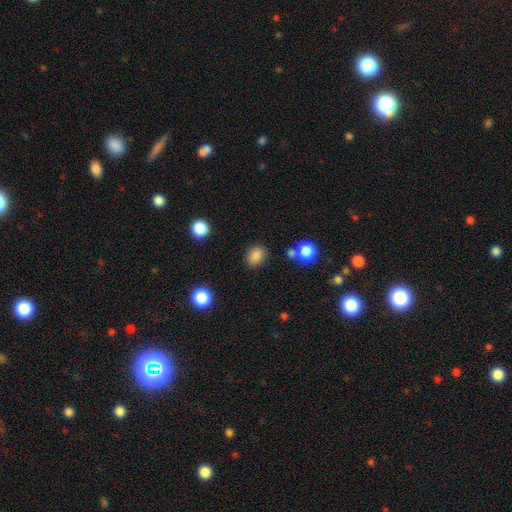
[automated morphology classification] Q: Smooth or featured?
A: smooth (85%); runner-up: star or artifact (11%)
Q: How rounded?
A: in between (56%); runner-up: round (43%)
Q: Merging?
A: none (82%); runner-up: minor disturbance (10%)